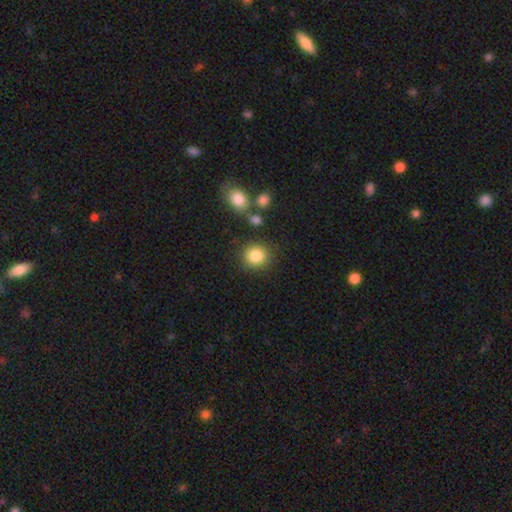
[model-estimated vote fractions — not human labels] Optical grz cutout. It shows a smooth galaxy with no disk features (85%) that is round (85%). Merging: none (81%).